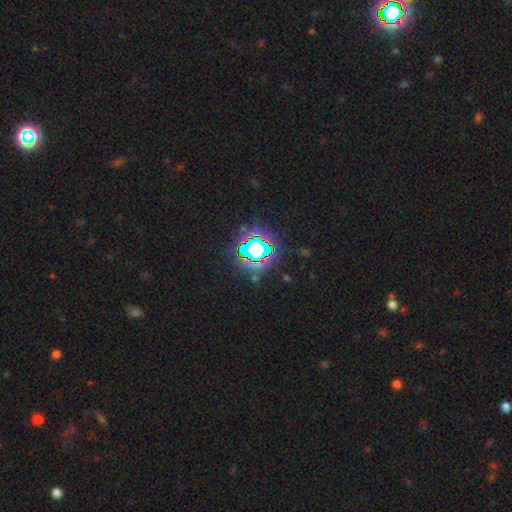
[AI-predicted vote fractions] smooth_or_featured: star or artifact (p=0.73) [alt: smooth p=0.16]